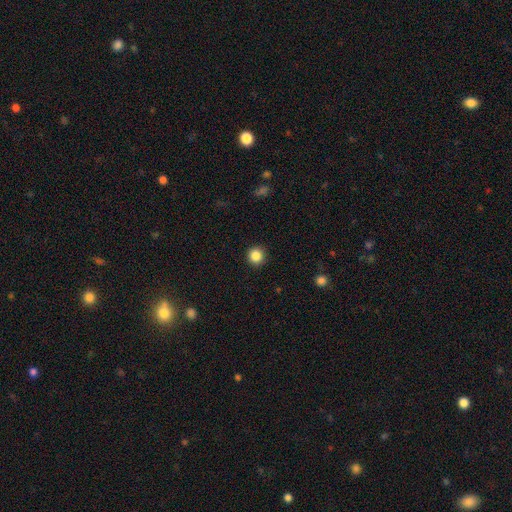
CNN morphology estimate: Smooth or featured? smooth (86%)
How rounded? round (94%)
Merging? none (92%)